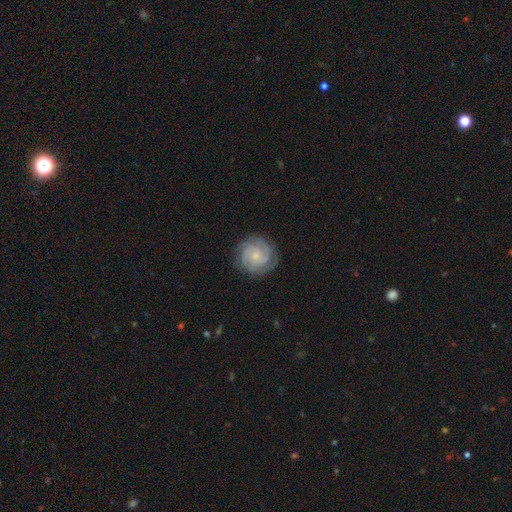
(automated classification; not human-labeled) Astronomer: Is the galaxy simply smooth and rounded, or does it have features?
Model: featured or disk — 79%.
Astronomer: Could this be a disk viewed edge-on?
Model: no — 98%.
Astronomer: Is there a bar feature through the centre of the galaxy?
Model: no — 80%.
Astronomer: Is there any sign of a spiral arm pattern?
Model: yes — 97%.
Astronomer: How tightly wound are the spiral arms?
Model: tight — 74%.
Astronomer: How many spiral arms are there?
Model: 3 — 29% (runner-up: 4, 24%).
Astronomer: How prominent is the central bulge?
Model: small — 78%.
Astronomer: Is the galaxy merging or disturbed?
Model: none — 84%.